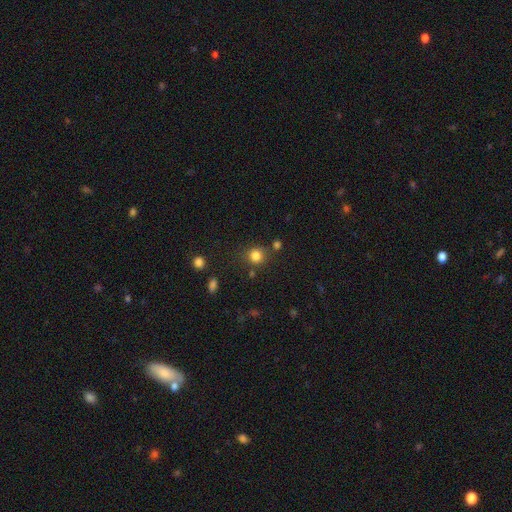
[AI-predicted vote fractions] Smooth or featured? Predicted: smooth (p=0.82). How rounded? Predicted: round (p=0.86). Merging? Predicted: none (p=0.77).